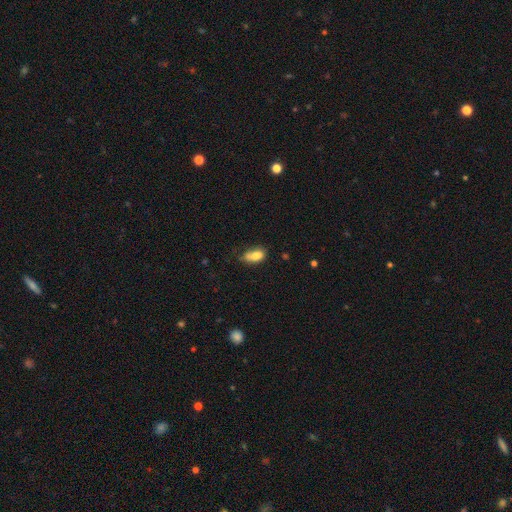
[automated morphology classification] Smooth or featured: smooth — 76% (featured or disk — 15%)
How rounded: in between — 87% (round — 8%)
Merging: none — 38% (minor disturbance — 32%)